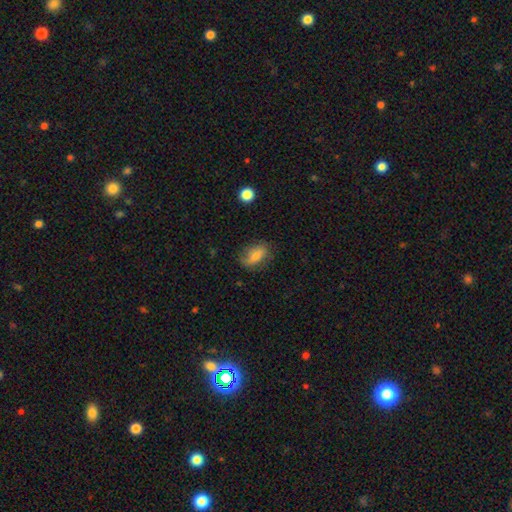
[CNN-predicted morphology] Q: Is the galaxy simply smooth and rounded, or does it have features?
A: smooth — 69%.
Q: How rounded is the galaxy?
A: in between — 84%.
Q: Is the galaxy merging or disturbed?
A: none — 73%.